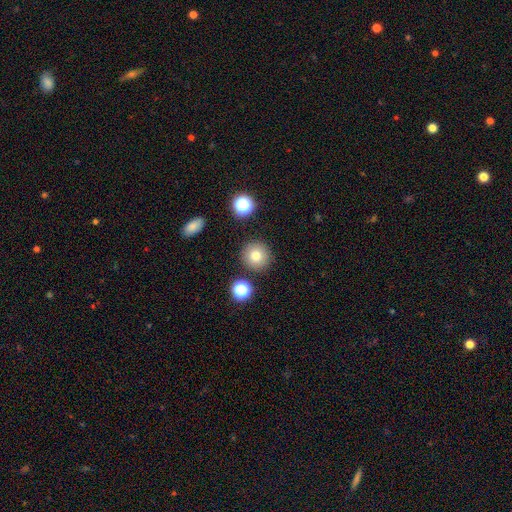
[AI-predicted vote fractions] Overall: smooth (79%). How rounded: round (94%). Merging: none (87%).